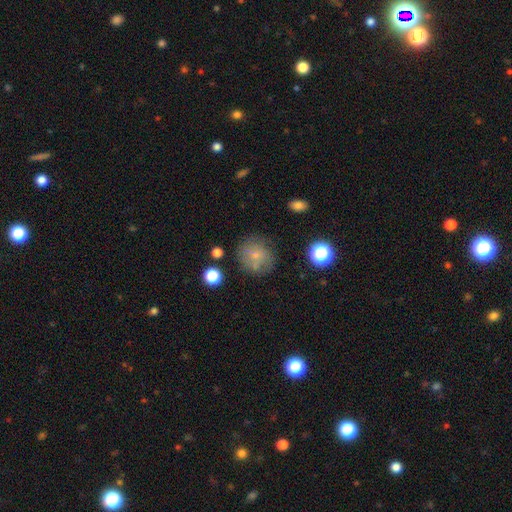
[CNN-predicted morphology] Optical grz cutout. It shows a smooth galaxy with no disk features (69%) that is round (87%). Merging: none (68%).